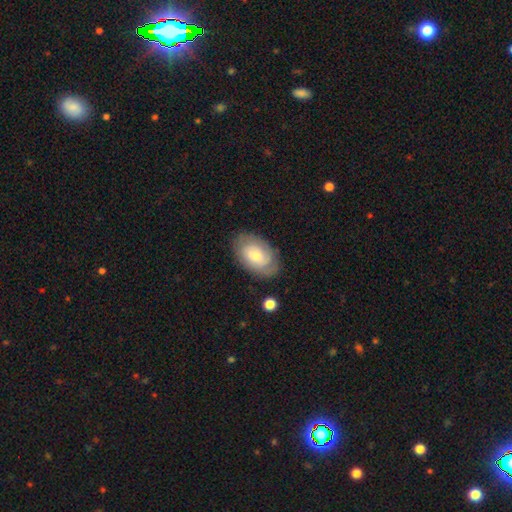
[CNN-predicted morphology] Smooth or featured?
  - featured or disk: 49% *
  - smooth: 45%
  - star or artifact: 7%
Merging?
  - none: 76% *
  - minor disturbance: 17%
  - major disturbance: 6%
  - merger: 2%